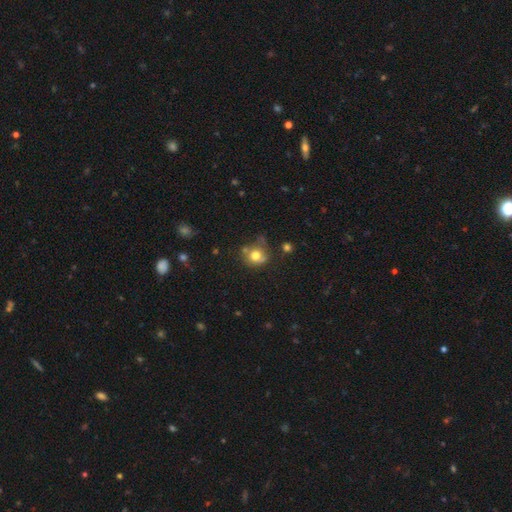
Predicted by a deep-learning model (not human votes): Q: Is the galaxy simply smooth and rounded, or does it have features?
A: smooth — 74%.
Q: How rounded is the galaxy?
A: round — 80%.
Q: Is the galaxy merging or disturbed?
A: none — 52%.